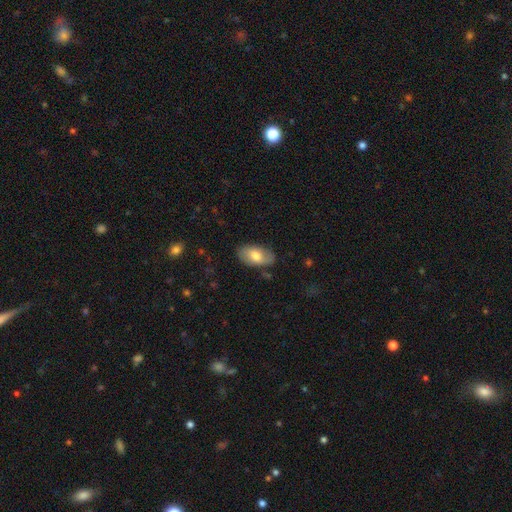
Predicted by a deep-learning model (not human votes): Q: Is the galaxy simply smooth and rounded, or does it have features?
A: smooth — 69%.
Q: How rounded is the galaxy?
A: in between — 94%.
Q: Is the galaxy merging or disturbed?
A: none — 80%.